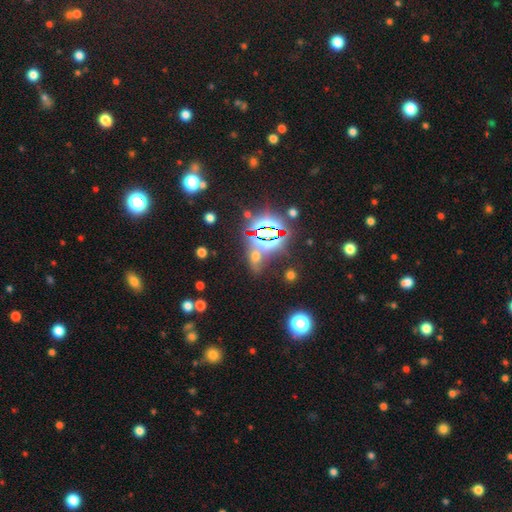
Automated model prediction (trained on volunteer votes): A star or artifact, not a galaxy (55%).

Vote fractions:
- Smooth or featured? star or artifact: 55% / smooth: 34% / featured or disk: 11%